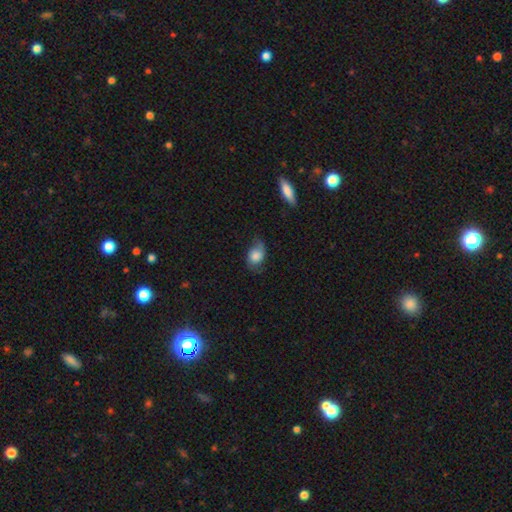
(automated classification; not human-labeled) Smooth or featured? smooth (54%)
How rounded? in between (69%)
Merging? none (53%)